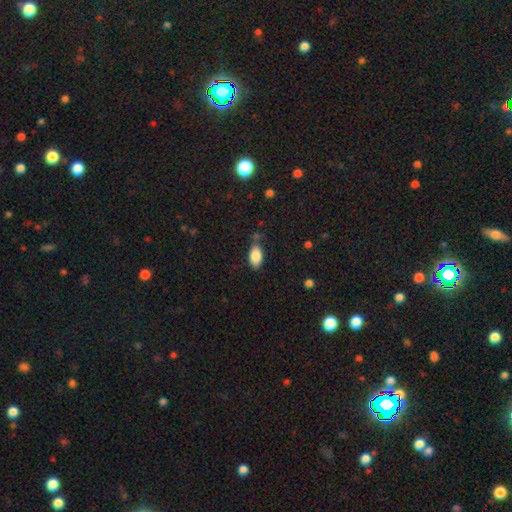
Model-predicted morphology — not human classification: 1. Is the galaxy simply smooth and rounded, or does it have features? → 85% smooth, 8% star or artifact, 7% featured or disk.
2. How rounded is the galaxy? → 93% in between, 4% cigar-shaped, 4% round.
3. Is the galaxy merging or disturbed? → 72% none, 19% minor disturbance, 4% merger, 4% major disturbance.